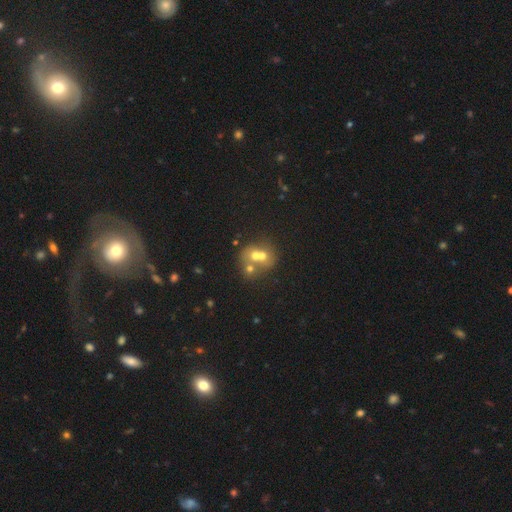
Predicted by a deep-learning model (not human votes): Smooth or featured? Predicted: smooth (p=0.52). How rounded? Predicted: round (p=0.68). Merging? Predicted: merger (p=0.67).